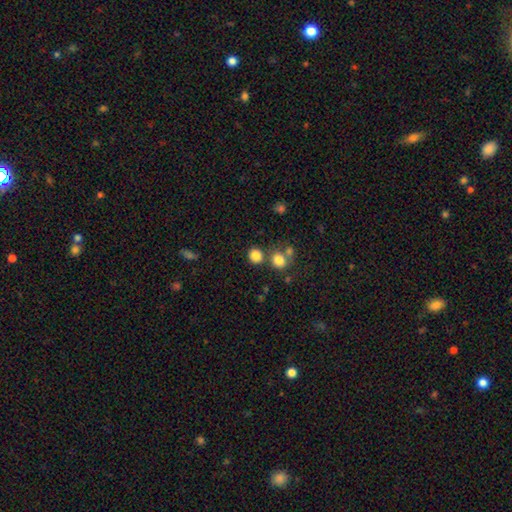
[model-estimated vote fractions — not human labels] Morphology: type=smooth (82%); roundness=round (83%); merging=none (71%).